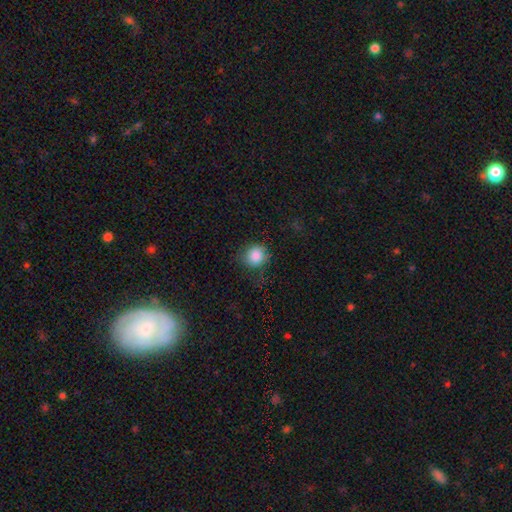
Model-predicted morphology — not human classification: Overall: smooth (85%). How rounded: round (86%). Merging: none (70%).